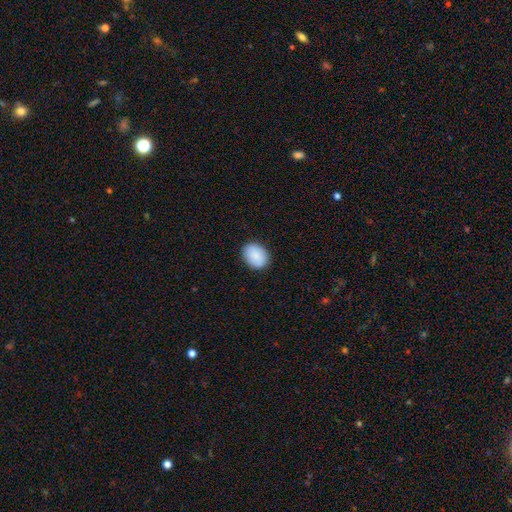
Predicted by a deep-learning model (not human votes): smooth-or-featured: smooth: 89% | star or artifact: 7% | featured or disk: 4%
  how-rounded: in between: 58% | round: 41% | cigar-shaped: 1%
  merging: none: 88% | minor disturbance: 9% | major disturbance: 2% | merger: 1%